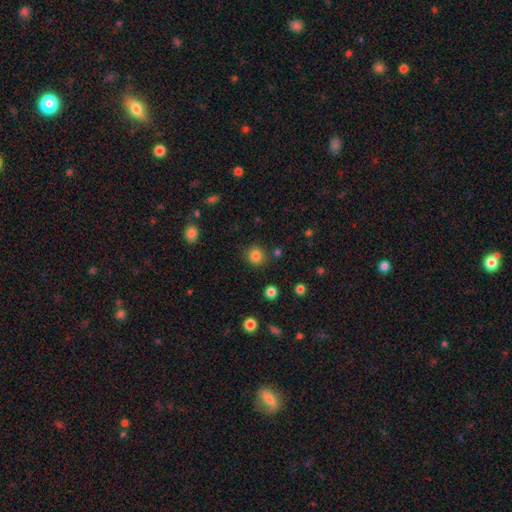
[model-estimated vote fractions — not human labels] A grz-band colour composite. It shows a smooth galaxy with no disk features (83%) that is round (87%). Merging: none (86%).